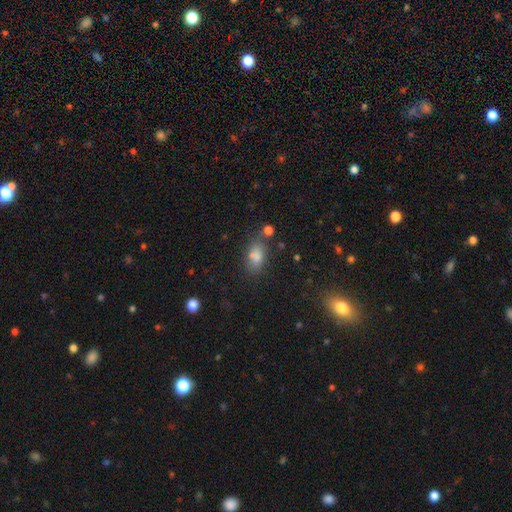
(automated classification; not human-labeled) This appears to be a smooth galaxy with no disk features (77%) that is in between round and cigar-shaped (82%). Merging: none (69%).